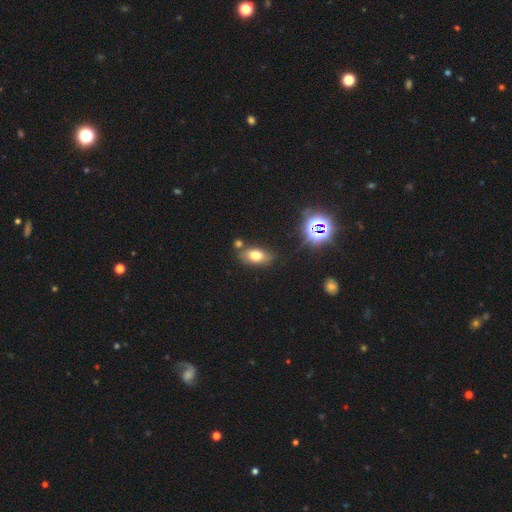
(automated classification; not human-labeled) Smooth or featured: smooth — 71% (star or artifact — 15%)
How rounded: in between — 86% (round — 9%)
Merging: none — 73% (minor disturbance — 14%)